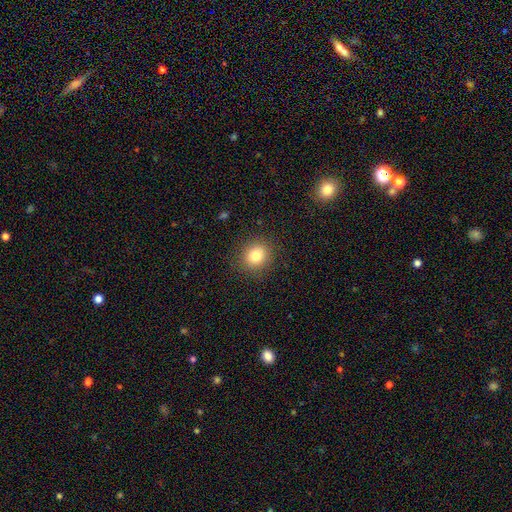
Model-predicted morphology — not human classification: Smooth or featured? Predicted: smooth (p=0.81). How rounded? Predicted: round (p=0.83). Merging? Predicted: none (p=0.89).